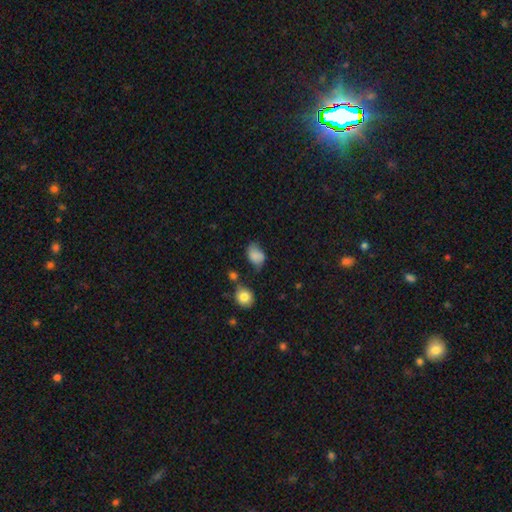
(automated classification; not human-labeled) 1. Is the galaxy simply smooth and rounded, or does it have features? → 78% smooth, 12% featured or disk, 10% star or artifact.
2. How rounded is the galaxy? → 78% in between, 21% round, 1% cigar-shaped.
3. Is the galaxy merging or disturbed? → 51% none, 33% minor disturbance, 10% major disturbance, 6% merger.